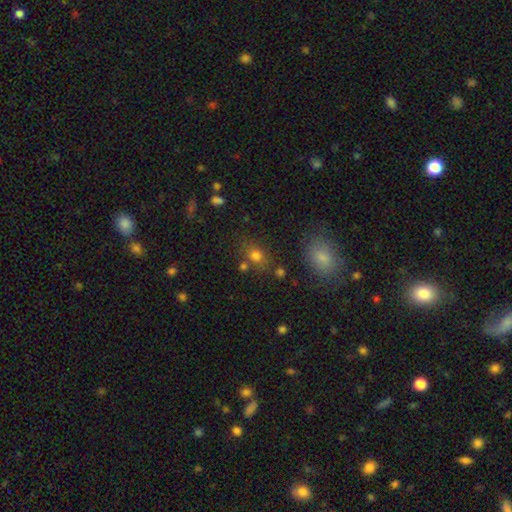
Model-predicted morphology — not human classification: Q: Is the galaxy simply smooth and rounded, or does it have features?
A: smooth — 75%.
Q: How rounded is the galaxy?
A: round — 49%, tied with in between.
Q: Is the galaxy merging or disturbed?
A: none — 68%.